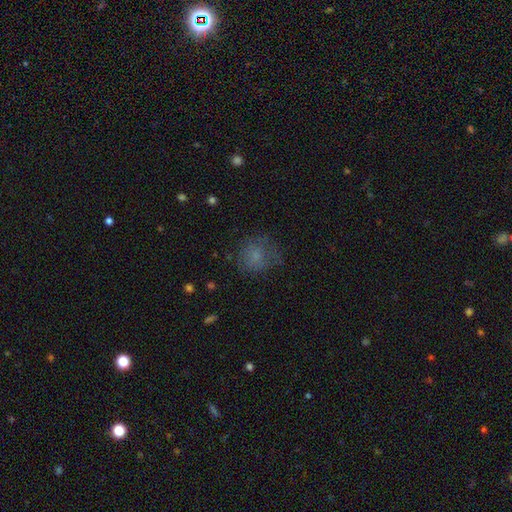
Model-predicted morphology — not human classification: This is likely a smooth galaxy (70%). How rounded: likely round (79%). Merging: likely none (61%).